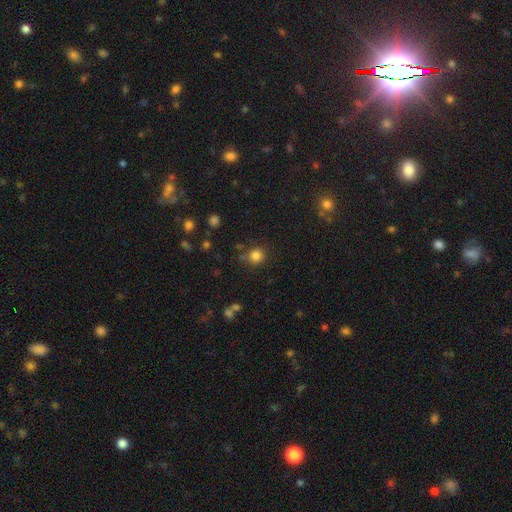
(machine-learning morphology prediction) A smooth galaxy with no disk features (81%) that is round (89%). Merging: none (81%).